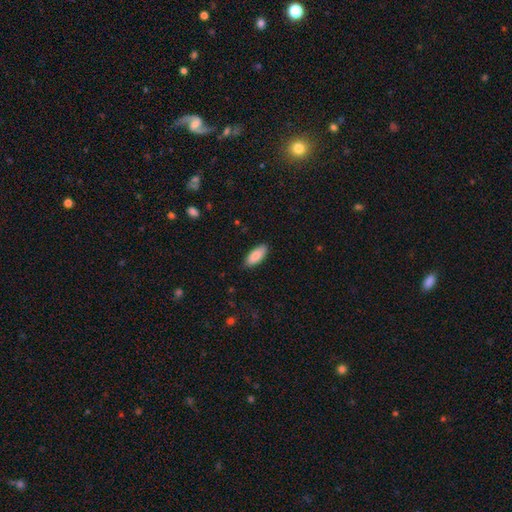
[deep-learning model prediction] Q: Smooth or featured?
A: smooth (87%); runner-up: featured or disk (7%)
Q: How rounded?
A: in between (84%); runner-up: cigar-shaped (15%)
Q: Merging?
A: none (86%); runner-up: minor disturbance (11%)